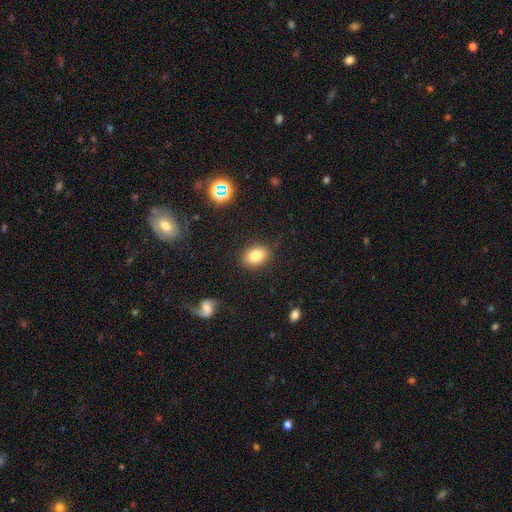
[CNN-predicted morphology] The model was most divided on "how rounded": in between: 68%, round: 31%, cigar-shaped: 1%. More confident: merging — none (86%); smooth or featured — smooth (82%).